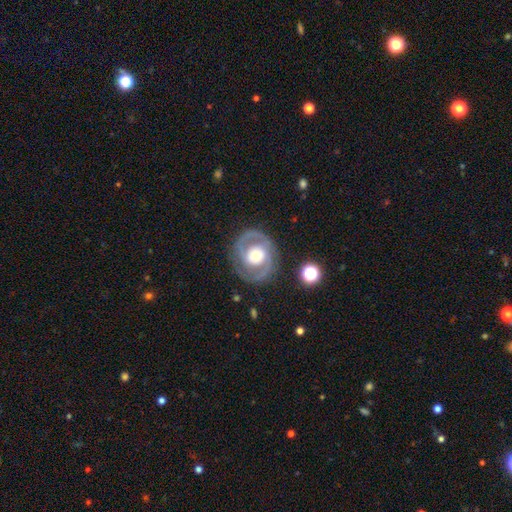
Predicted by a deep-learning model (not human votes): Smooth or featured? Predicted: featured or disk (p=0.83). Edge-on disk? Predicted: no (p=0.97). Bar? Predicted: no (p=0.61). Spiral arms? Predicted: yes (p=0.90). Spiral winding? Predicted: medium (p=0.46). Spiral arm count? Predicted: 2 (p=0.89). Bulge size? Predicted: moderate (p=0.61). Merging? Predicted: none (p=0.83).